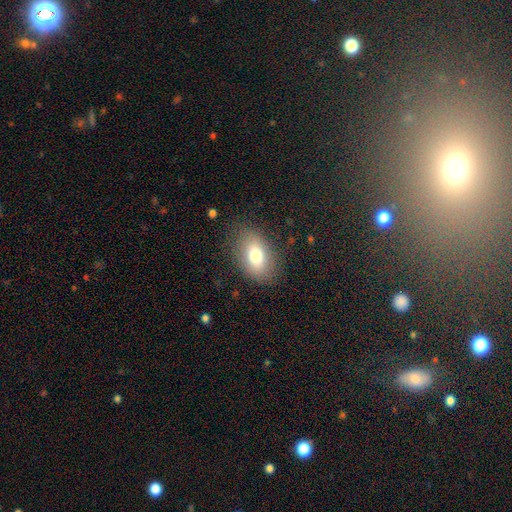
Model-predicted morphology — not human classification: smooth-or-featured: smooth: 76% | featured or disk: 15% | star or artifact: 9%
  how-rounded: in between: 88% | round: 11% | cigar-shaped: 2%
  merging: none: 80% | minor disturbance: 14% | major disturbance: 5% | merger: 1%